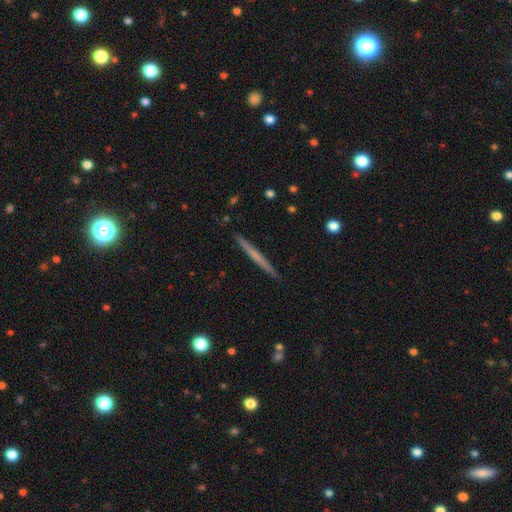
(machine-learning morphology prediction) A featured or disk galaxy (49%). Merging: none (92%).